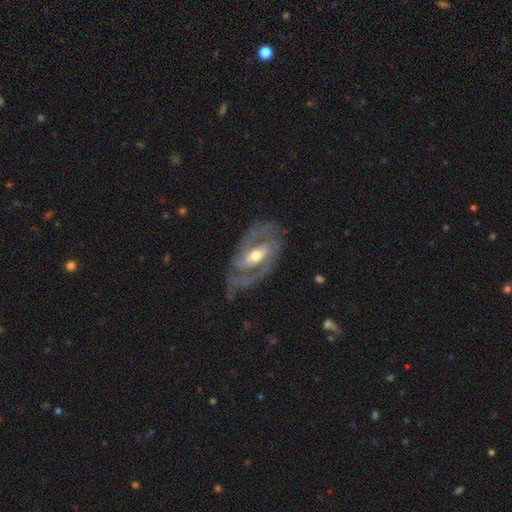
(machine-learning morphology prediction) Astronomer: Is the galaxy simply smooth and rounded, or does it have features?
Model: featured or disk — 87%.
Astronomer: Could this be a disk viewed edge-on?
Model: no — 95%.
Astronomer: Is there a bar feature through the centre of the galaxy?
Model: weak — 38%, tied with strong at 38%.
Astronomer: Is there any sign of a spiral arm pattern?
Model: yes — 91%.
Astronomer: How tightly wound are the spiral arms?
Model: medium — 45% (runner-up: tight, 41%).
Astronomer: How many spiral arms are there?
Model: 2 — 82%.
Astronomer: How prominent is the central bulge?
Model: moderate — 68%.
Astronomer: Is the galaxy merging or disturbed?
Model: none — 71%.